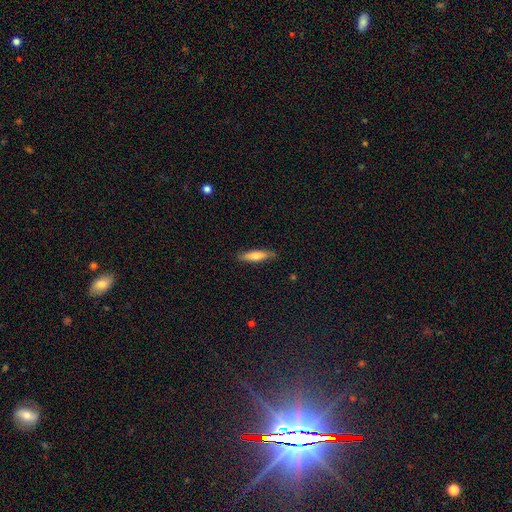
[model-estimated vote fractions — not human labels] smooth_or_featured: smooth (p=0.72) [alt: featured or disk p=0.23]
how_rounded: cigar-shaped (p=0.75) [alt: in between p=0.24]
merging: none (p=0.84) [alt: minor disturbance p=0.13]